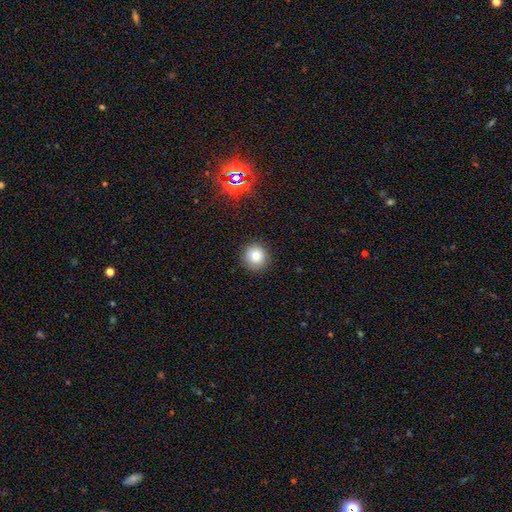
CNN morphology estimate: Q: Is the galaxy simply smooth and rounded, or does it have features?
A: smooth — 80%.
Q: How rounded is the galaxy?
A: round — 94%.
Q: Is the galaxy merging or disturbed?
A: none — 90%.